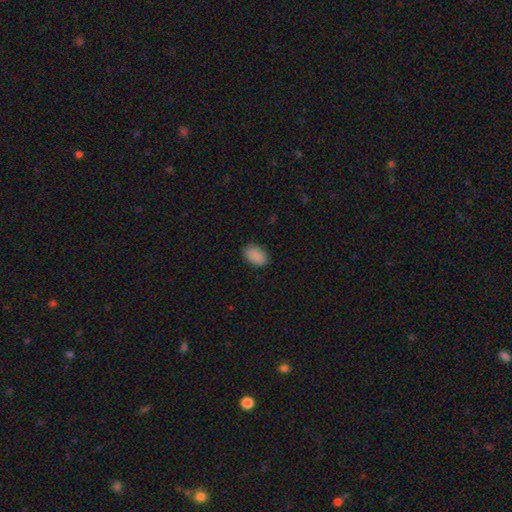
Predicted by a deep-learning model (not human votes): Smooth or featured? Predicted: smooth (p=0.89). How rounded? Predicted: in between (p=0.89). Merging? Predicted: none (p=0.86).